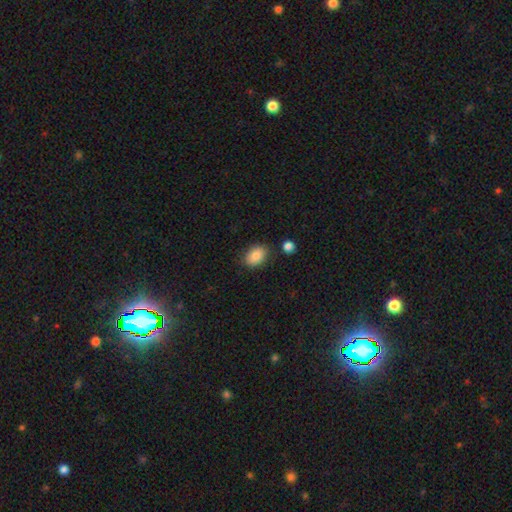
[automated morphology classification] smooth 86%, star or artifact 8%, featured or disk 6%. Down the decision tree: how rounded — in between (83%); merging — none (80%).